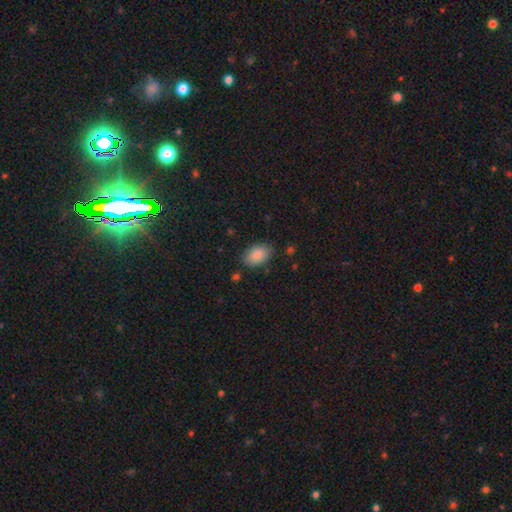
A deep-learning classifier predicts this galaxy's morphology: The model was most divided on "merging": none: 82%, minor disturbance: 13%, major disturbance: 3%, merger: 2%. More confident: how rounded — in between (89%); smooth or featured — smooth (86%).